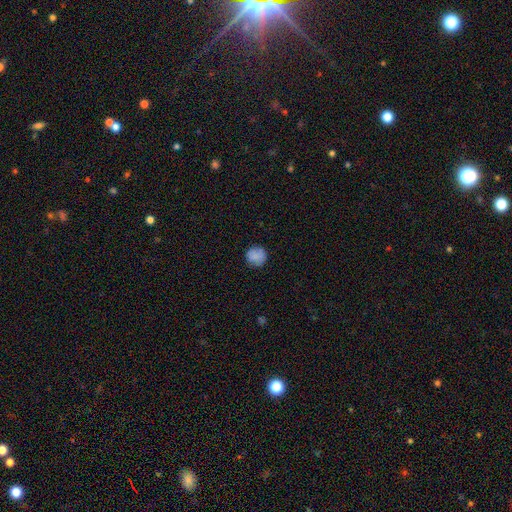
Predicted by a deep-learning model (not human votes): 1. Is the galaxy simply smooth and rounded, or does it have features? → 83% smooth, 9% star or artifact, 8% featured or disk.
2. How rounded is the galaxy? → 89% round, 10% in between, 1% cigar-shaped.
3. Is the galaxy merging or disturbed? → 79% none, 16% minor disturbance, 4% major disturbance, 1% merger.